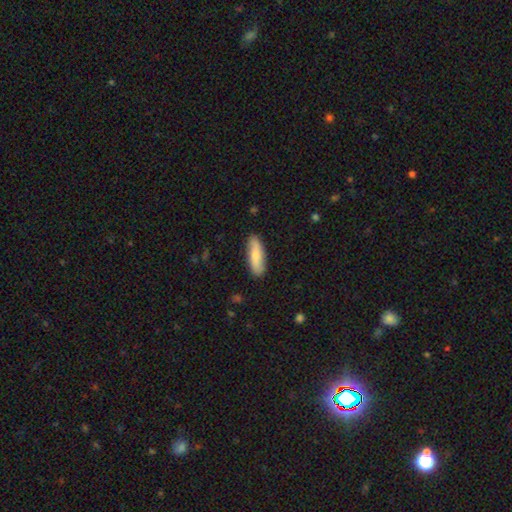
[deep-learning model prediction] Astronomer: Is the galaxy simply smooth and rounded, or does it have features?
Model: smooth — 74%.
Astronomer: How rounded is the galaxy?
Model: in between — 51% (runner-up: cigar-shaped, 47%).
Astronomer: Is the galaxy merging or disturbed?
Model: none — 86%.